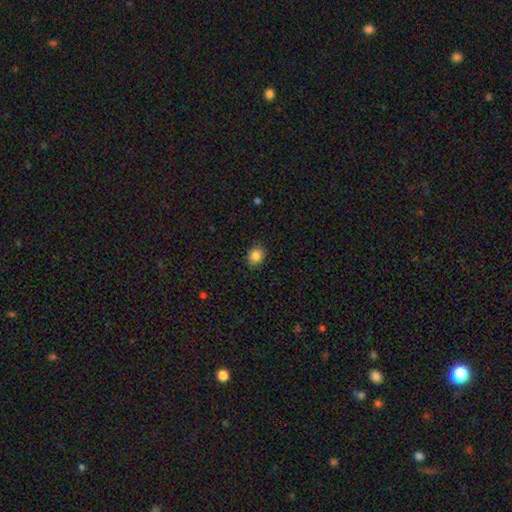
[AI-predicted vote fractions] Morphology: type=smooth (86%); roundness=round (65%); merging=none (88%).